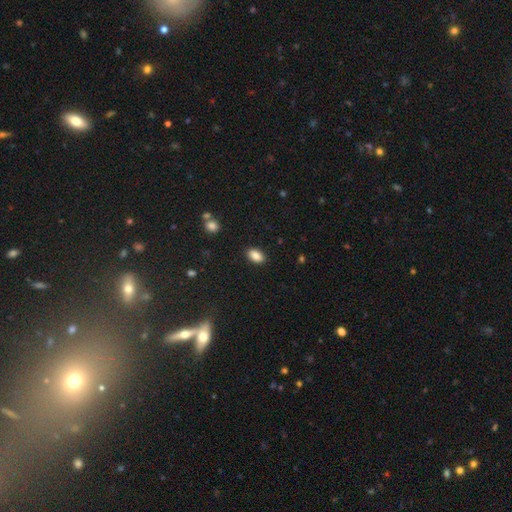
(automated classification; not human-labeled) smooth-or-featured: smooth: 87% | star or artifact: 8% | featured or disk: 5%
  how-rounded: in between: 90% | round: 8% | cigar-shaped: 2%
  merging: none: 89% | minor disturbance: 8% | major disturbance: 2% | merger: 1%